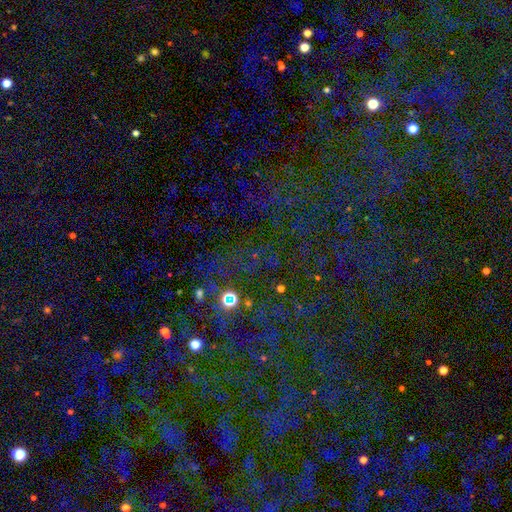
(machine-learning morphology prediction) Smooth or featured: star or artifact — 77% (smooth — 13%)